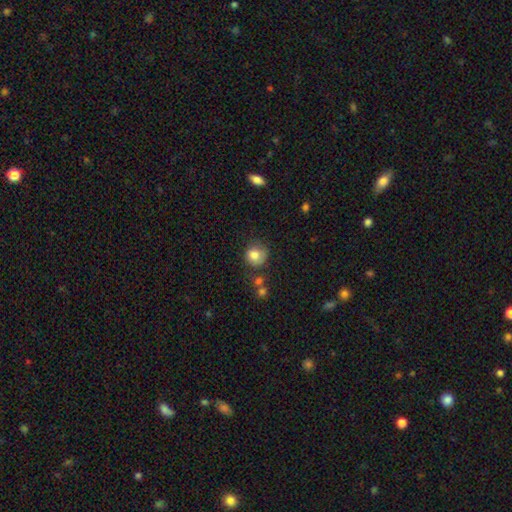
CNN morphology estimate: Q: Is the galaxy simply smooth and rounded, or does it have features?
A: smooth — 80%.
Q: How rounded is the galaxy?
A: round — 83%.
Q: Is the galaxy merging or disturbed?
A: none — 60%.